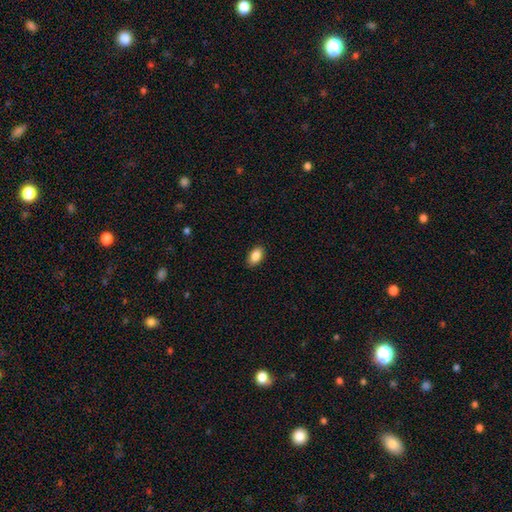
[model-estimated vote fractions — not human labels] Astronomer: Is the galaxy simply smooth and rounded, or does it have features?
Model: smooth — 87%.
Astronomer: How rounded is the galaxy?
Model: in between — 92%.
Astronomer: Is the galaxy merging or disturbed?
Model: none — 89%.